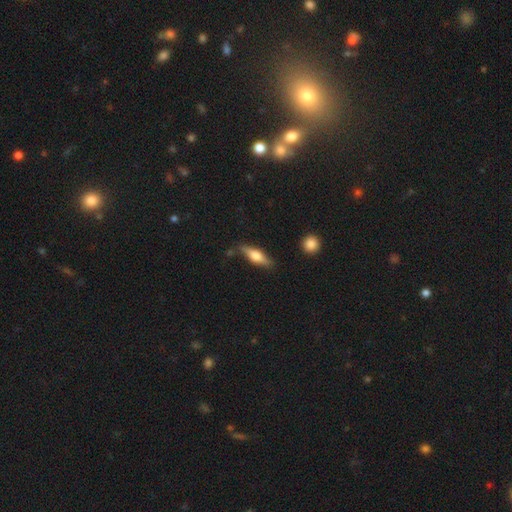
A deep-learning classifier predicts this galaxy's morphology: Smooth or featured? smooth (49%)
Merging? none (77%)